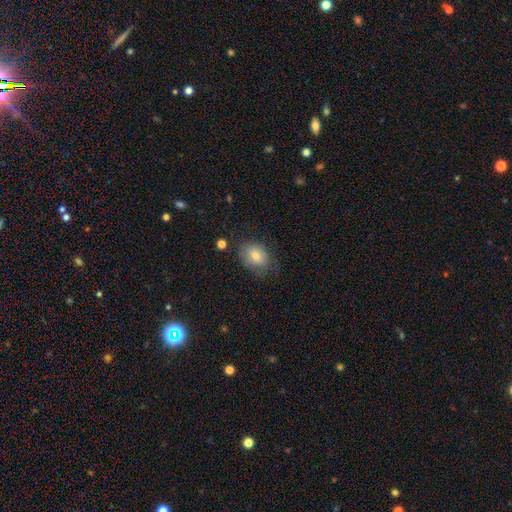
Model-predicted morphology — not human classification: smooth 73%, featured or disk 18%, star or artifact 9%. Down the decision tree: how rounded — in between (70%); merging — none (67%).